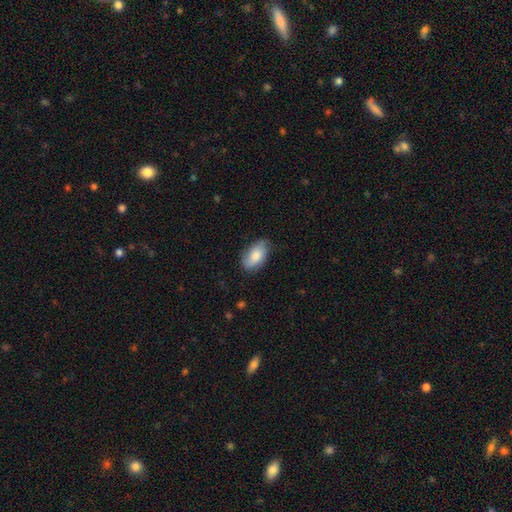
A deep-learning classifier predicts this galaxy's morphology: Smooth or featured: smooth — 79% (featured or disk — 15%)
How rounded: in between — 93% (round — 4%)
Merging: none — 74% (minor disturbance — 21%)